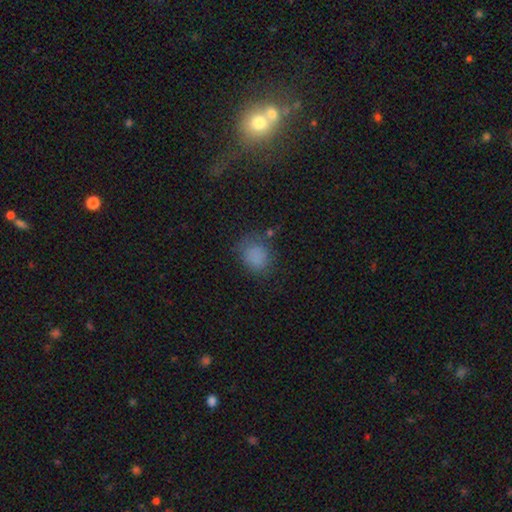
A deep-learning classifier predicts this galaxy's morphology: Smooth or featured: smooth — 80% (star or artifact — 13%)
How rounded: round — 64% (in between — 35%)
Merging: none — 66% (minor disturbance — 21%)